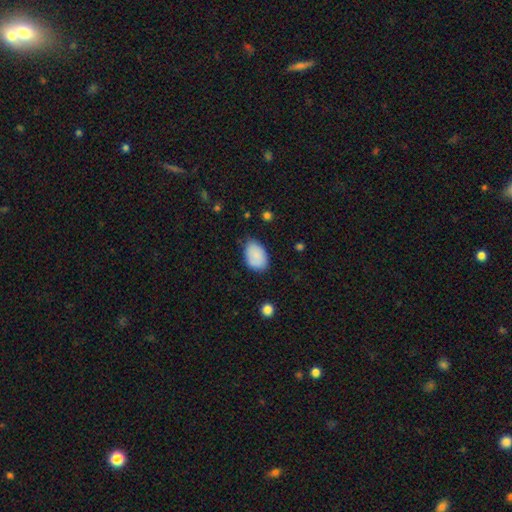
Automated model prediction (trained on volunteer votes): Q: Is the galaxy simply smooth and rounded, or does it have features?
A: smooth — 85%.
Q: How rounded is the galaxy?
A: in between — 88%.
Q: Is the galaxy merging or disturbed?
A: none — 67%.